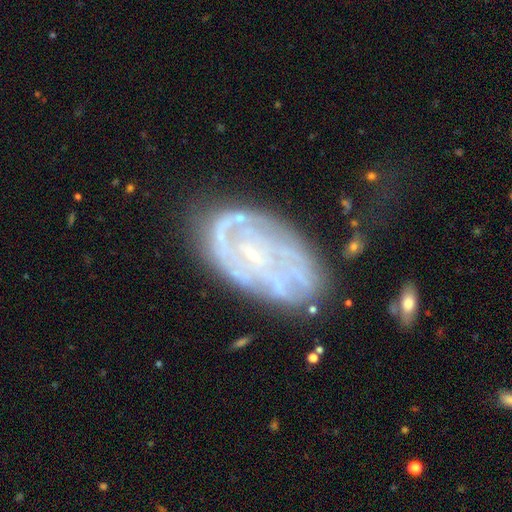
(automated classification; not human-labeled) Morphology: type=featured or disk (78%); edge-on=no (95%); bar=no (69%); spiral arms=yes (76%); winding=tight (60%); arm count=can't tell (51%); bulge=small (81%); merging=none (57%).